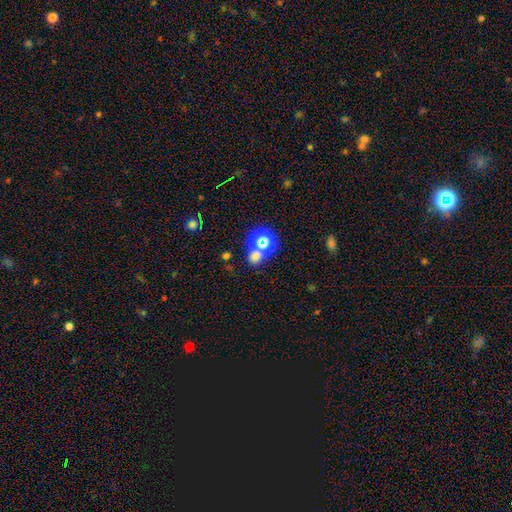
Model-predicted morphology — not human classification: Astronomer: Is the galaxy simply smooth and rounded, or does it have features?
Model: smooth — 57% (runner-up: star or artifact, 34%).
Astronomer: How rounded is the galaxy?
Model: round — 67%.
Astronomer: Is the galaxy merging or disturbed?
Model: none — 53% (runner-up: merger, 33%).